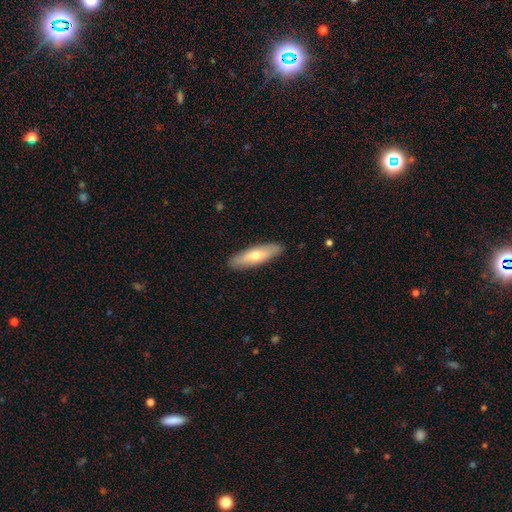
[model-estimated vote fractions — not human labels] The model was most divided on "how rounded": cigar-shaped: 59%, in between: 39%, round: 2%. More confident: merging — none (88%); smooth or featured — smooth (61%).